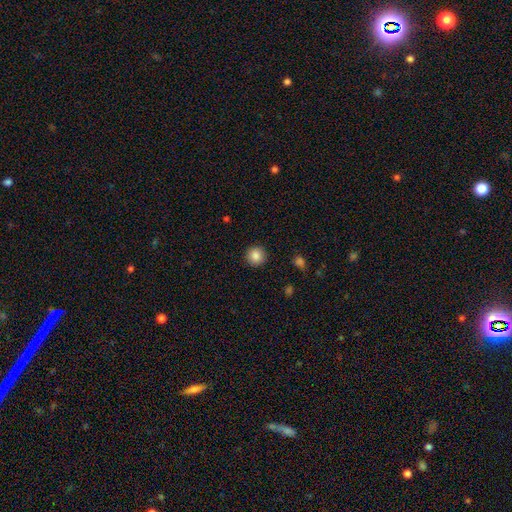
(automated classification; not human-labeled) Q: Smooth or featured?
A: smooth (86%); runner-up: star or artifact (9%)
Q: How rounded?
A: round (94%); runner-up: in between (5%)
Q: Merging?
A: none (92%); runner-up: minor disturbance (5%)